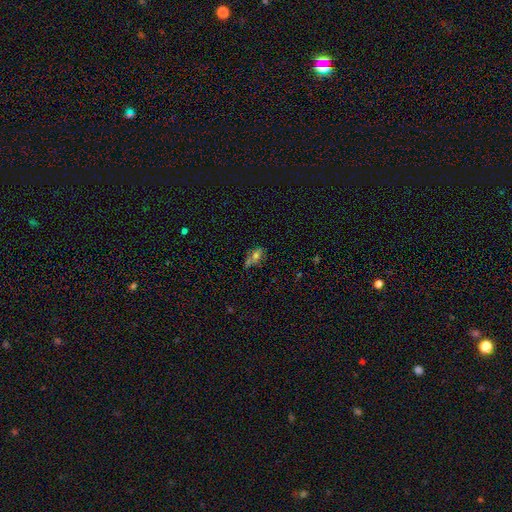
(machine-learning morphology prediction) A smooth galaxy with no disk features (48%). Merging: none (51%).